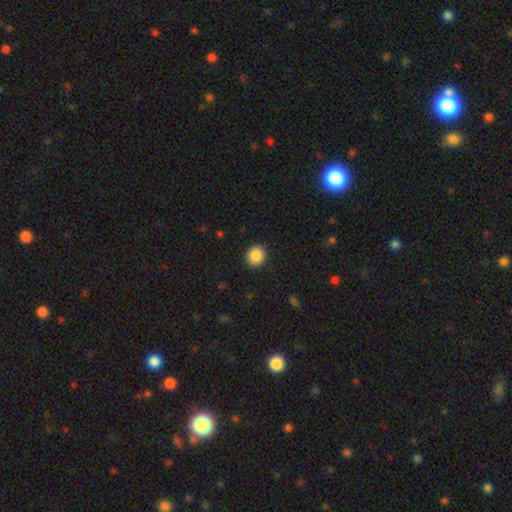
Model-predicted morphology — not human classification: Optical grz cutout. It shows a smooth galaxy with no disk features (88%) that is round (87%). Merging: none (92%).